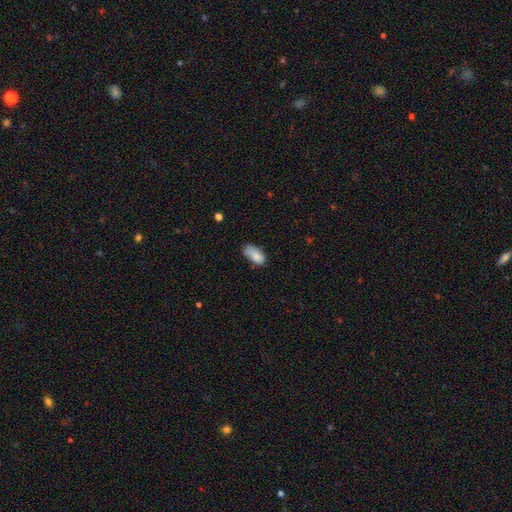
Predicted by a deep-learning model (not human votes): smooth-or-featured: smooth: 82% | featured or disk: 10% | star or artifact: 8%
  how-rounded: in between: 91% | cigar-shaped: 5% | round: 3%
  merging: none: 50% | minor disturbance: 36% | major disturbance: 10% | merger: 4%